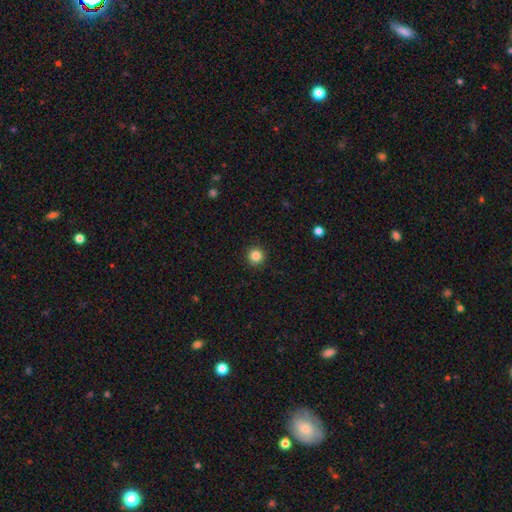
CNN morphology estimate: type=smooth (84%); roundness=round (95%); merging=none (92%).